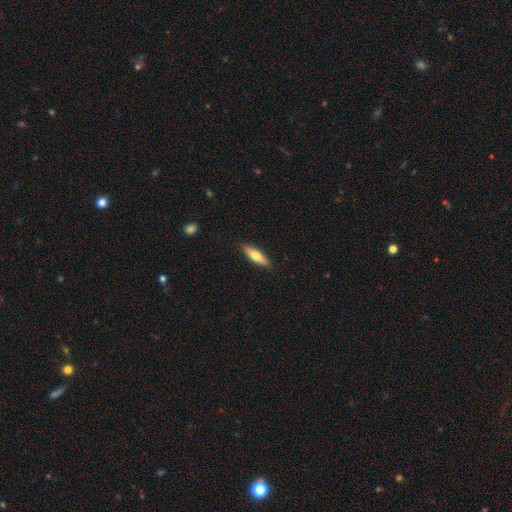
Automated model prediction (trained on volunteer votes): This appears to be a smooth galaxy with no disk features (56%) that is cigar-shaped (66%). Merging: none (89%).